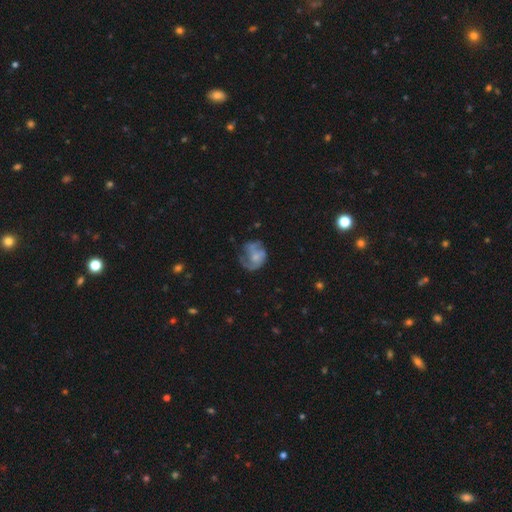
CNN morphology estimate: featured or disk 58%, smooth 33%, star or artifact 9%. Down the decision tree: edge-on disk — no (98%); bar — no (75%); spiral arms — yes (67%); bulge size — small (42%); merging — none (43%).